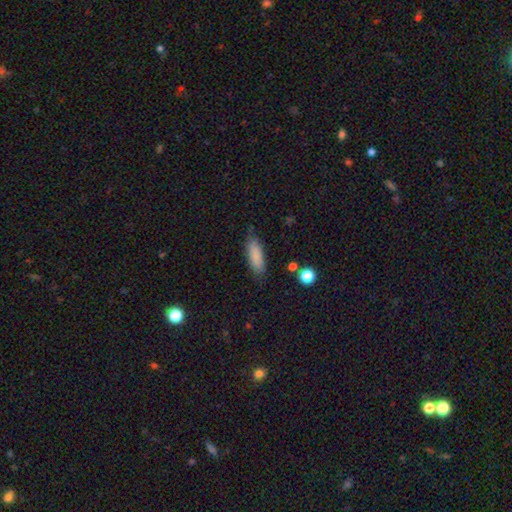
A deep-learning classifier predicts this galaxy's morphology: Smooth or featured?
  - smooth: 86% *
  - star or artifact: 7%
  - featured or disk: 7%
How rounded?
  - in between: 59% *
  - cigar-shaped: 39%
  - round: 2%
Merging?
  - none: 80% *
  - minor disturbance: 15%
  - major disturbance: 3%
  - merger: 2%